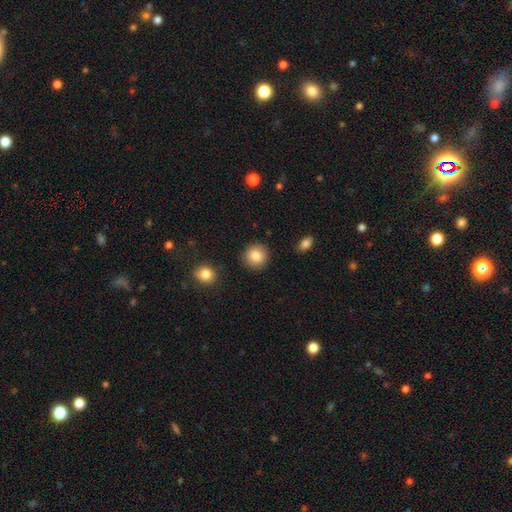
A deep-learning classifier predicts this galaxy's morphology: A smooth galaxy with no disk features (85%) that is round (91%).

Vote fractions:
- Smooth or featured? smooth: 85% / star or artifact: 8% / featured or disk: 7%
- How rounded? round: 91% / in between: 8% / cigar-shaped: 1%
- Merging? none: 90% / minor disturbance: 6% / major disturbance: 2% / merger: 2%